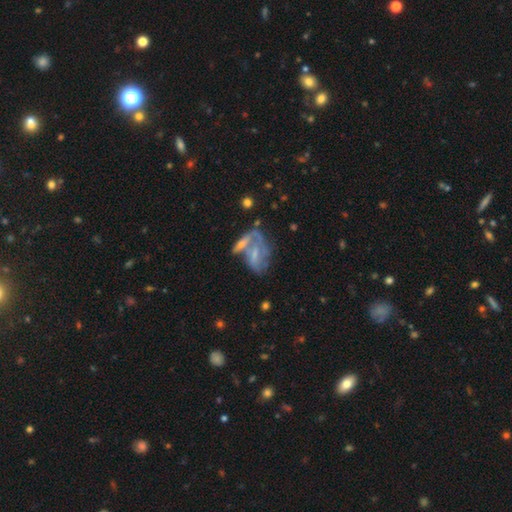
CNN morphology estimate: Smooth or featured: featured or disk — 57% (smooth — 35%)
Edge-on disk: no — 91% (yes — 9%)
Bar: no — 48% (weak — 37%)
Spiral arms: yes — 55% (no — 45%)
Bulge size: small — 45% (moderate — 26%)
Merging: merger — 39% (none — 29%)